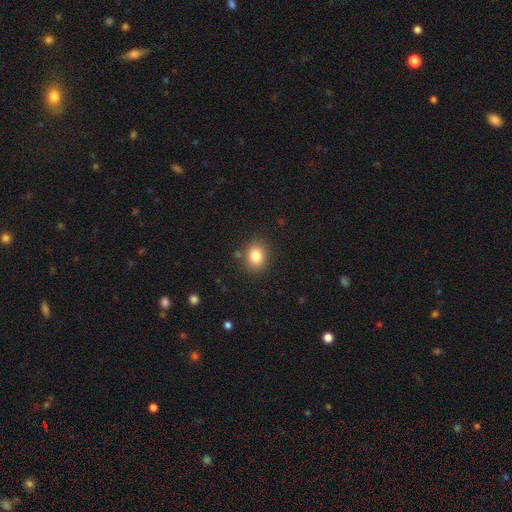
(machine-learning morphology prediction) This appears to be a smooth galaxy with no disk features (81%) that is round (64%). Merging: none (86%).